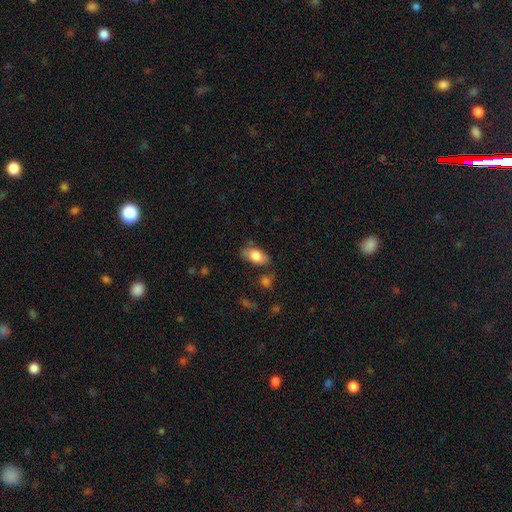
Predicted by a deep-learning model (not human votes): Smooth or featured?
  - smooth: 76% *
  - featured or disk: 17%
  - star or artifact: 7%
How rounded?
  - in between: 90% *
  - round: 5%
  - cigar-shaped: 4%
Merging?
  - none: 63% *
  - minor disturbance: 24%
  - major disturbance: 7%
  - merger: 6%